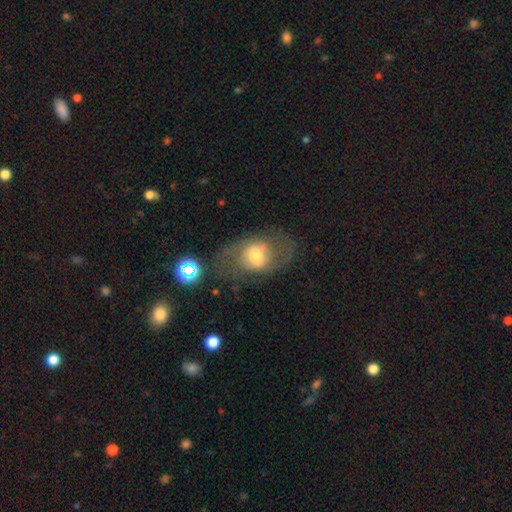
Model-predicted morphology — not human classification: type=featured or disk (52%); edge-on=no (93%); merging=none (56%).